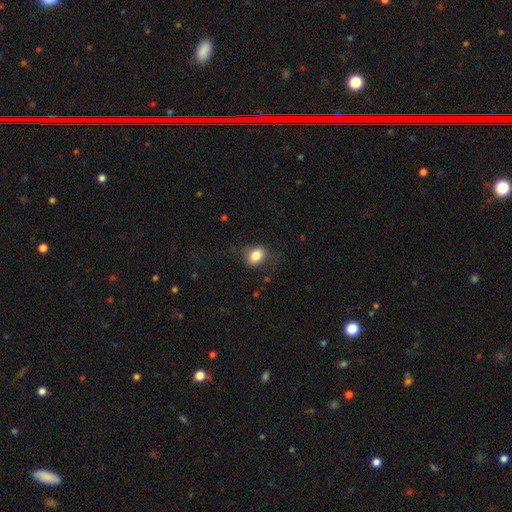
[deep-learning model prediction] A smooth galaxy with no disk features (83%) that is in between round and cigar-shaped (60%). Merging: none (78%).